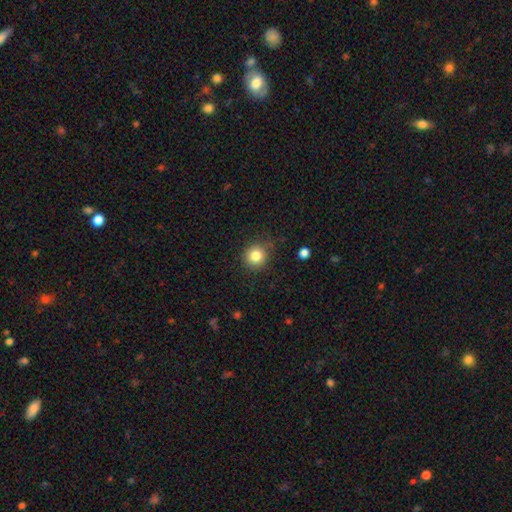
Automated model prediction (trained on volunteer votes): Overall: smooth (82%). How rounded: round (87%). Merging: none (81%).